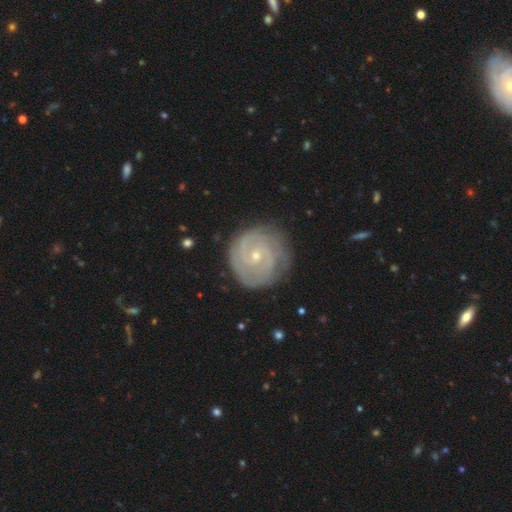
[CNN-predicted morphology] smooth-or-featured: featured or disk: 85% | smooth: 10% | star or artifact: 5%
  disk-edge-on: no: 98% | yes: 2%
    bar: no: 68% | weak: 27% | strong: 5%
    has-spiral-arms: yes: 96% | no: 4%
      spiral-winding: tight: 78% | medium: 19% | loose: 4%
      spiral-arm-count: 2: 37% | can't tell: 24% | 3: 20% | 4: 7% | 1: 6% | more than 4: 6%
    bulge-size: small: 75% | moderate: 22% | none: 1% | large: 1% | dominant: 1%
  merging: none: 81% | minor disturbance: 14% | major disturbance: 4% | merger: 1%